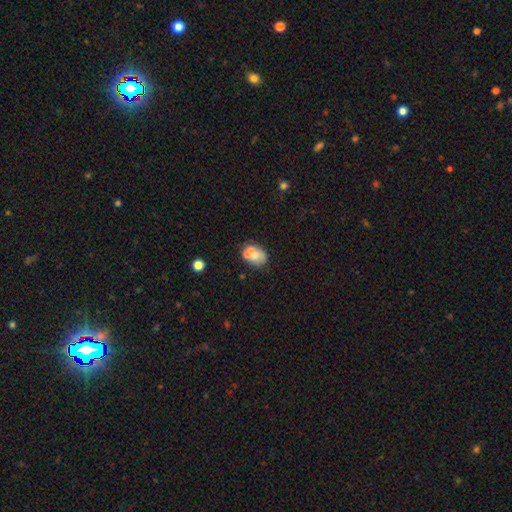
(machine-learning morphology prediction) smooth-or-featured: smooth: 52% | featured or disk: 37% | star or artifact: 11%
  how-rounded: in between: 62% | round: 37% | cigar-shaped: 1%
  merging: none: 41% | merger: 35% | minor disturbance: 16% | major disturbance: 8%